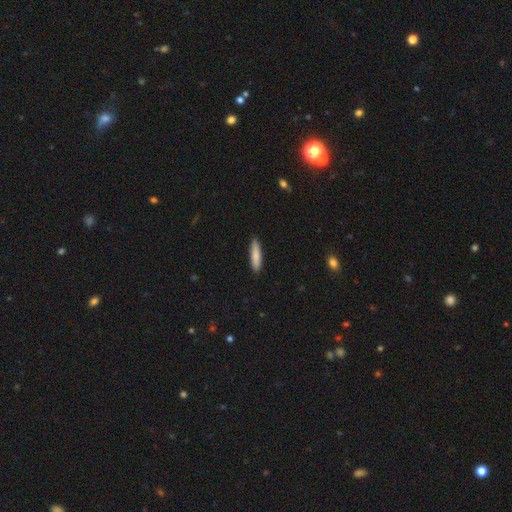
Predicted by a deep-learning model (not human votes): The model was most divided on "how rounded": cigar-shaped: 80%, in between: 19%, round: 1%. More confident: merging — none (90%); smooth or featured — smooth (84%).